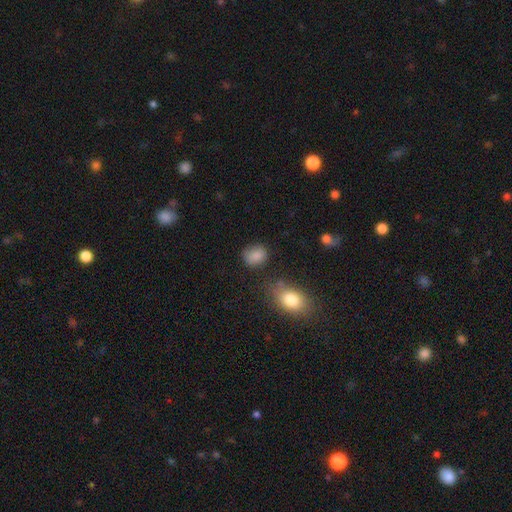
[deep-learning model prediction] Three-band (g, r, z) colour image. It shows a smooth galaxy with no disk features (85%) that is in between round and cigar-shaped (53%). Merging: none (75%).